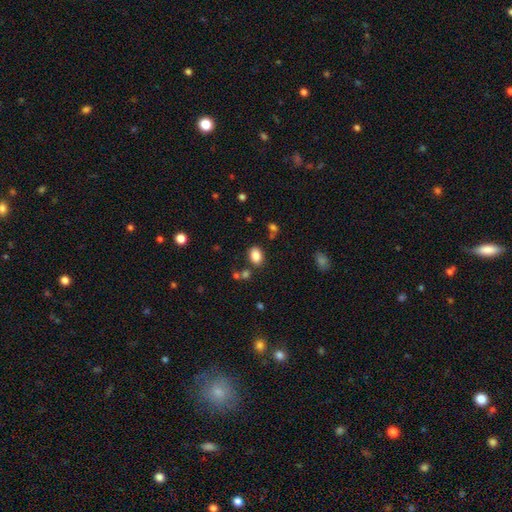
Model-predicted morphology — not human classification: The model was most divided on "how rounded": in between: 78%, round: 21%, cigar-shaped: 1%. More confident: smooth or featured — smooth (86%); merging — none (79%).